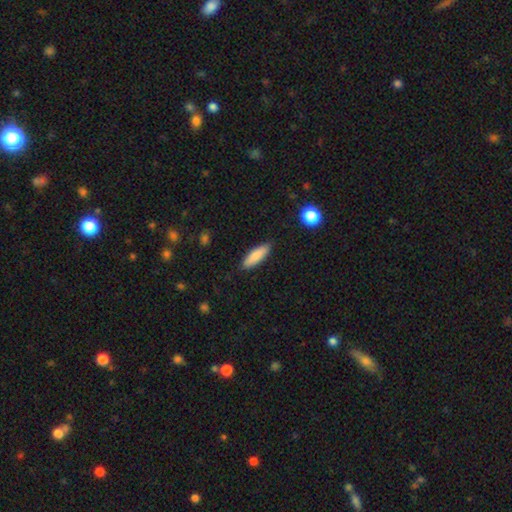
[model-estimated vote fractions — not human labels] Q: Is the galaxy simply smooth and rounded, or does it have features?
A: smooth — 85%.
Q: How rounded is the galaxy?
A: cigar-shaped — 55%.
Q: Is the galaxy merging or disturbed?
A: none — 87%.